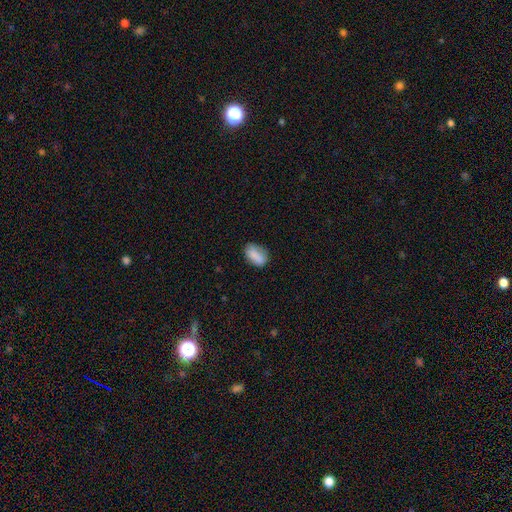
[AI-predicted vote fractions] smooth-or-featured: smooth: 82% | featured or disk: 10% | star or artifact: 8%
  how-rounded: in between: 86% | round: 12% | cigar-shaped: 3%
  merging: none: 68% | minor disturbance: 22% | major disturbance: 6% | merger: 4%